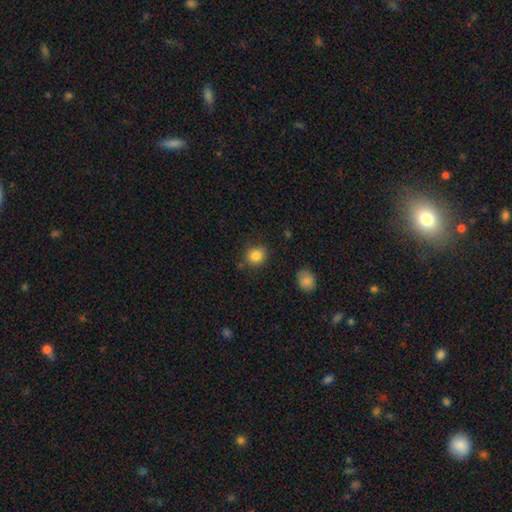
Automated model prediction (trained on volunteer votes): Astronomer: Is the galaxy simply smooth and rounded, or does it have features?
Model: smooth — 84%.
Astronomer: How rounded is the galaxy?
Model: round — 79%.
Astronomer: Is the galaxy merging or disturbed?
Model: none — 81%.